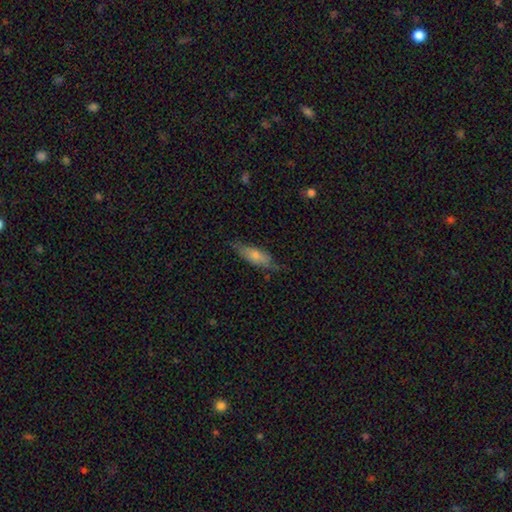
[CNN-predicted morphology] A smooth galaxy with no disk features (70%) that is in between round and cigar-shaped (60%). Merging: none (63%).